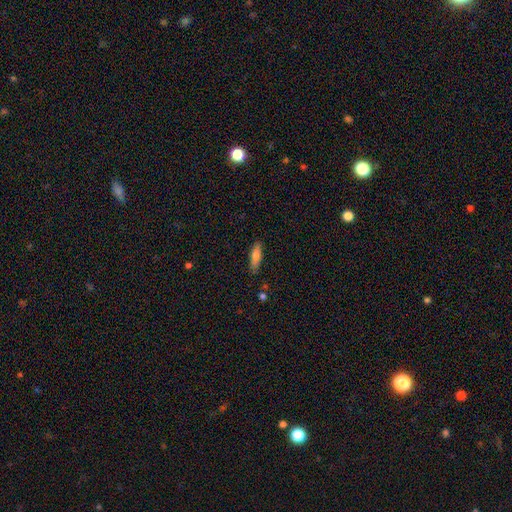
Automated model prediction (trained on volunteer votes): This is likely a smooth galaxy (75%). How rounded: possibly cigar-shaped (57%). Merging: clearly none (83%).